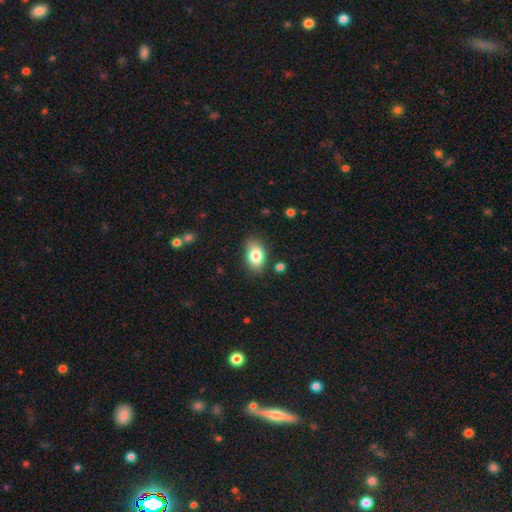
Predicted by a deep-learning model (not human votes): A smooth galaxy with no disk features (82%) that is in between round and cigar-shaped (88%).

Vote fractions:
- Smooth or featured? smooth: 82% / featured or disk: 10% / star or artifact: 8%
- How rounded? in between: 88% / round: 11% / cigar-shaped: 2%
- Merging? none: 79% / minor disturbance: 15% / major disturbance: 3% / merger: 2%